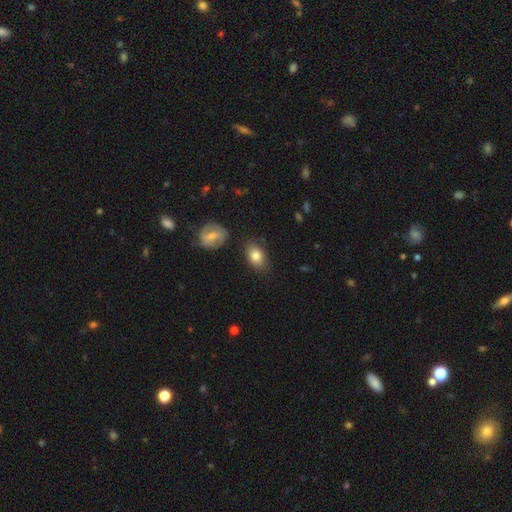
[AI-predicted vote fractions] Morphology: type=smooth (80%); roundness=in between (81%); merging=none (78%).